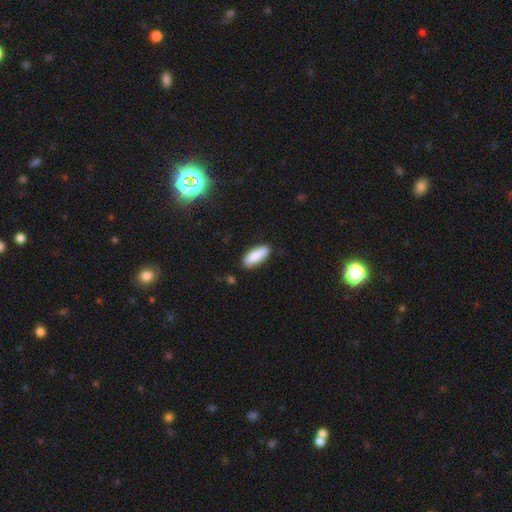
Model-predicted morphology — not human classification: Smooth or featured?
  - smooth: 87% *
  - featured or disk: 7%
  - star or artifact: 6%
How rounded?
  - in between: 65% *
  - cigar-shaped: 33%
  - round: 2%
Merging?
  - none: 86% *
  - minor disturbance: 10%
  - major disturbance: 2%
  - merger: 2%